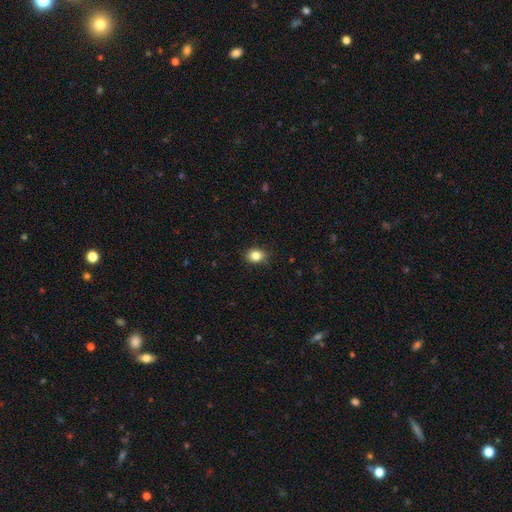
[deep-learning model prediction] Smooth or featured: smooth — 82% (star or artifact — 11%)
How rounded: in between — 52% (round — 47%)
Merging: none — 81% (minor disturbance — 15%)